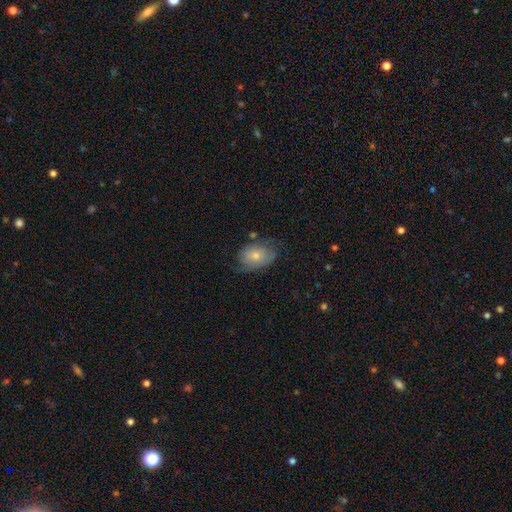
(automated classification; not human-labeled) Smooth or featured? Predicted: smooth (p=0.59). How rounded? Predicted: in between (p=0.84). Merging? Predicted: none (p=0.56).